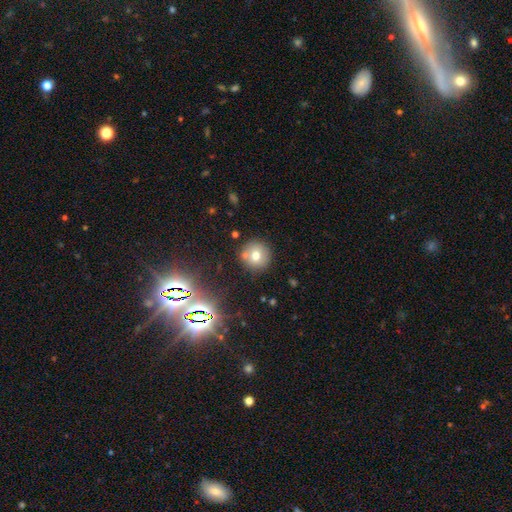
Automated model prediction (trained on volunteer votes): smooth_or_featured: smooth (p=0.70) [alt: featured or disk p=0.15]
how_rounded: round (p=0.93) [alt: in between p=0.06]
merging: none (p=0.76) [alt: merger p=0.13]